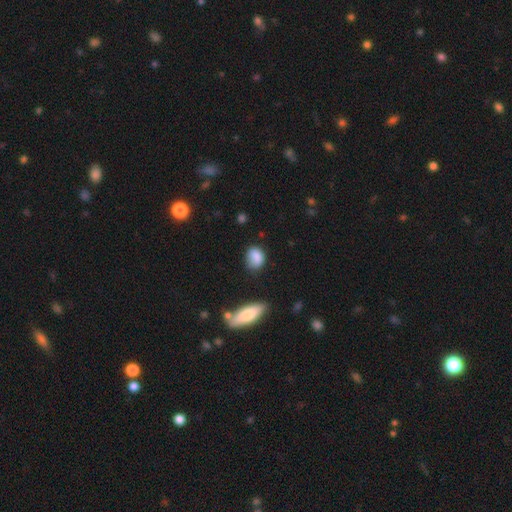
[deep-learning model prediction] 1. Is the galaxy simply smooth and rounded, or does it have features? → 85% smooth, 8% star or artifact, 7% featured or disk.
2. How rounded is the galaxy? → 63% in between, 35% round, 2% cigar-shaped.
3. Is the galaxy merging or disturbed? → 64% none, 25% minor disturbance, 6% major disturbance, 4% merger.